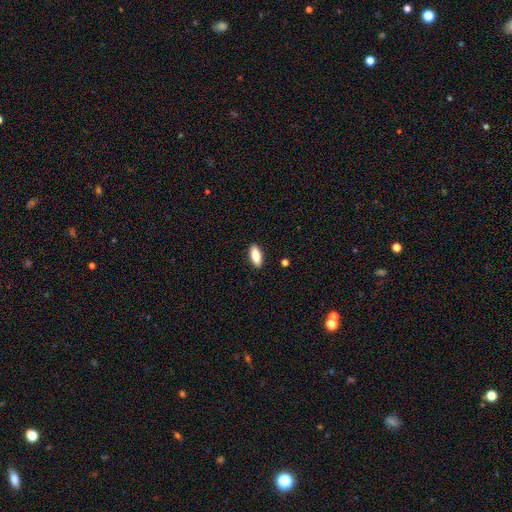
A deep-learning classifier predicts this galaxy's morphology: Smooth or featured?
  - smooth: 85% *
  - featured or disk: 9%
  - star or artifact: 6%
How rounded?
  - in between: 78% *
  - cigar-shaped: 20%
  - round: 2%
Merging?
  - none: 89% *
  - minor disturbance: 8%
  - major disturbance: 2%
  - merger: 1%